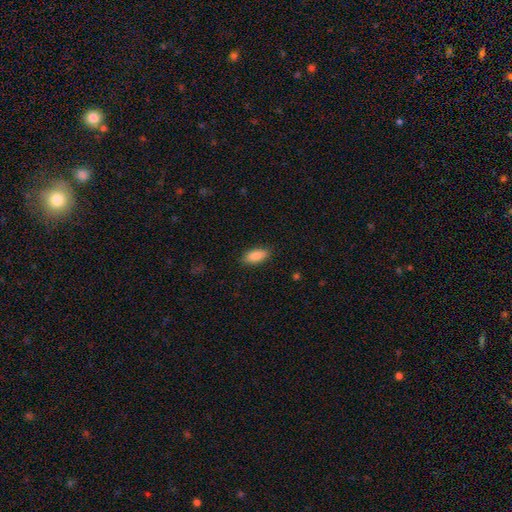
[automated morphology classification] This is clearly a smooth galaxy (89%). How rounded: clearly in between (87%). Merging: clearly none (87%).